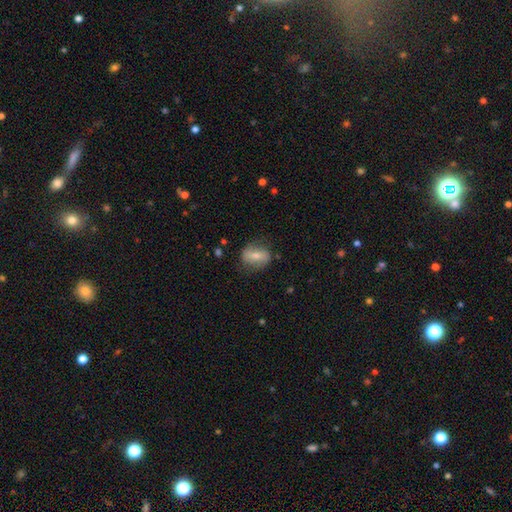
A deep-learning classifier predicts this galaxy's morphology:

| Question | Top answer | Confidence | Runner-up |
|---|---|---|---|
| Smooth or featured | smooth | 57% | featured or disk (35%) |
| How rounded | in between | 66% | round (31%) |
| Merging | none | 71% | minor disturbance (20%) |